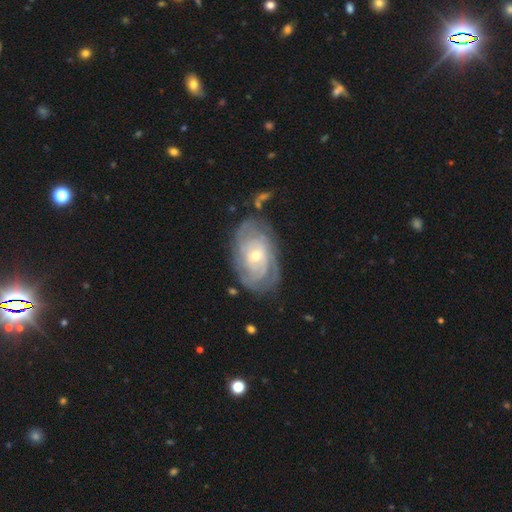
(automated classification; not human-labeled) A featured or disk galaxy (83%) with no bar (70%), tight (73%) spiral arms (91%) and a small central bulge (55%).

Vote fractions:
- Smooth or featured? featured or disk: 83% / smooth: 12% / star or artifact: 5%
- Edge-on disk? no: 96% / yes: 4%
- Bar? no: 70% / weak: 24% / strong: 6%
- Spiral arms? yes: 91% / no: 9%
- Spiral winding? tight: 73% / medium: 21% / loose: 6%
- Spiral arm count? can't tell: 44% / 2: 19% / 3: 15% / 4: 11% / more than 4: 5% / 1: 5%
- Bulge size? small: 55% / moderate: 41% / large: 2% / none: 1% / dominant: 1%
- Merging? none: 71% / minor disturbance: 19% / major disturbance: 8% / merger: 3%